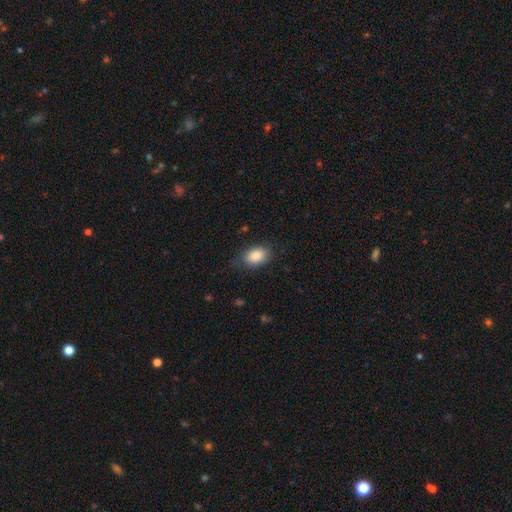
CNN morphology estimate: smooth_or_featured: smooth (p=0.86) [alt: star or artifact p=0.07]
how_rounded: in between (p=0.87) [alt: round p=0.12]
merging: none (p=0.76) [alt: minor disturbance p=0.18]